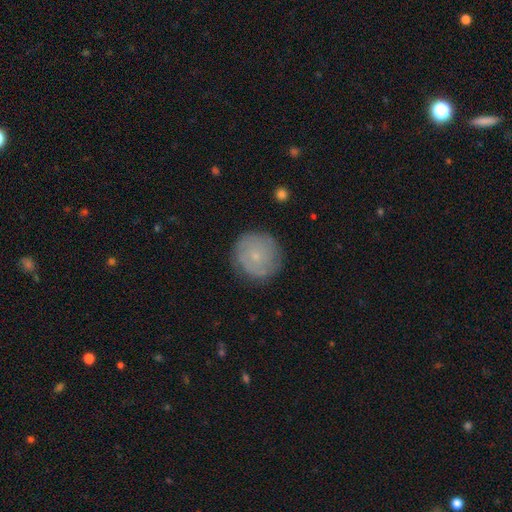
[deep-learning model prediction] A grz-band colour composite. It shows a smooth galaxy with no disk features (47%). Merging: none (83%).